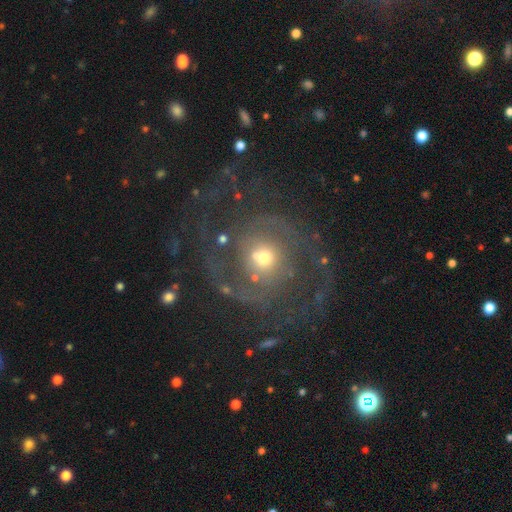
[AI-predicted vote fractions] A featured or disk galaxy (78%) with no bar (75%), 2 (57%) medium (44%) spiral arms (86%) and a small central bulge (49%).

Vote fractions:
- Smooth or featured? featured or disk: 78% / smooth: 13% / star or artifact: 10%
- Edge-on disk? no: 98% / yes: 2%
- Bar? no: 75% / weak: 19% / strong: 6%
- Spiral arms? yes: 86% / no: 14%
- Spiral winding? medium: 44% / tight: 29% / loose: 26%
- Spiral arm count? 2: 57% / can't tell: 16% / 3: 10% / 1: 6% / 4: 5% / more than 4: 5%
- Bulge size? small: 49% / moderate: 44% / large: 4% / dominant: 2% / none: 2%
- Merging? none: 60% / major disturbance: 21% / minor disturbance: 15% / merger: 4%